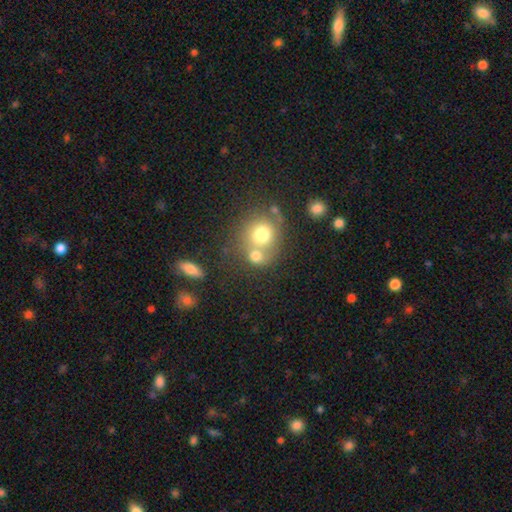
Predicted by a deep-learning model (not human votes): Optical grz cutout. It shows a smooth galaxy with no disk features (72%) that is round (75%). Merging: merger (49%).